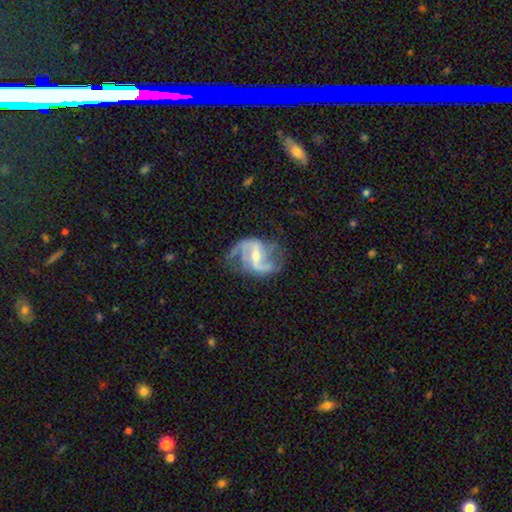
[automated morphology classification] Q: Smooth or featured?
A: featured or disk (90%); runner-up: star or artifact (5%)
Q: Edge-on disk?
A: no (98%); runner-up: yes (2%)
Q: Bar?
A: weak (45%); runner-up: strong (39%)
Q: Spiral arms?
A: yes (97%); runner-up: no (3%)
Q: Spiral winding?
A: loose (51%); runner-up: medium (39%)
Q: Spiral arm count?
A: 2 (82%); runner-up: 3 (7%)
Q: Bulge size?
A: small (50%); runner-up: moderate (46%)
Q: Merging?
A: none (65%); runner-up: minor disturbance (20%)